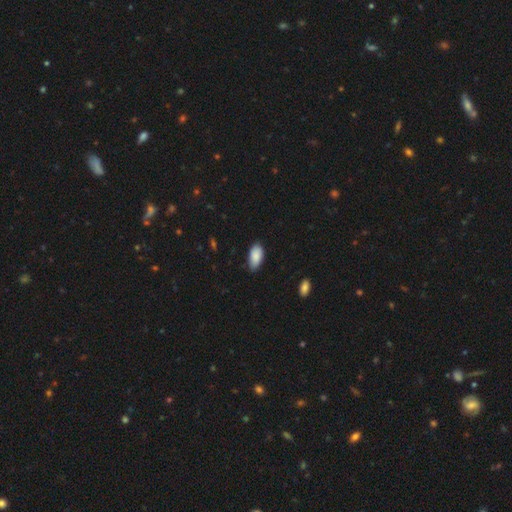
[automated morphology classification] This is clearly a smooth galaxy (89%). How rounded: clearly in between (94%). Merging: likely none (73%).